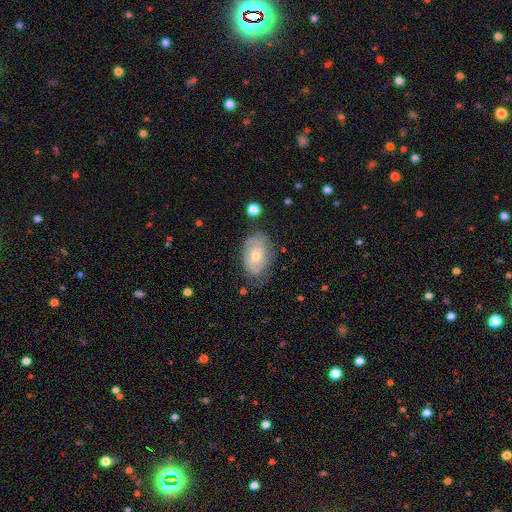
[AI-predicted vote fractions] Smooth or featured: featured or disk — 61% (smooth — 32%)
Edge-on disk: no — 95% (yes — 5%)
Bar: no — 76% (weak — 21%)
Spiral arms: yes — 81% (no — 19%)
Bulge size: small — 53% (moderate — 42%)
Merging: none — 64% (minor disturbance — 25%)